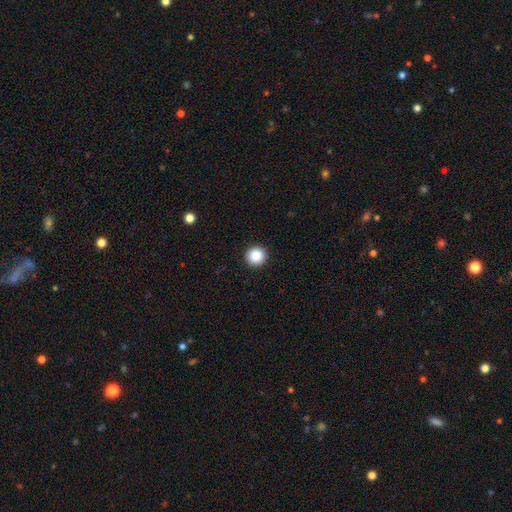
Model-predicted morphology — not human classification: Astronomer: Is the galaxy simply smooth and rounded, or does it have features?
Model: smooth — 87%.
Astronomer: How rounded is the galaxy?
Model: round — 96%.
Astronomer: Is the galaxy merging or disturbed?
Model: none — 93%.